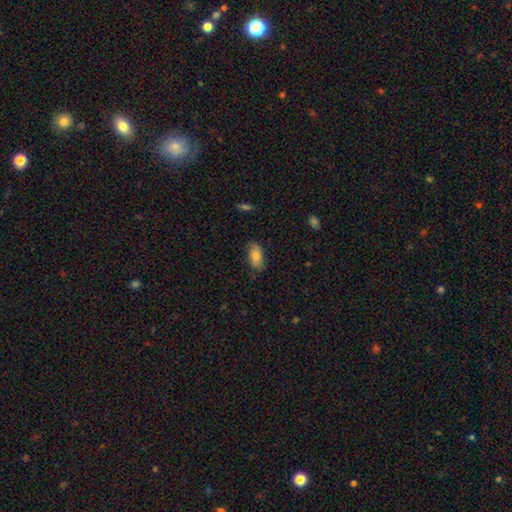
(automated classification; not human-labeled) A smooth galaxy with no disk features (72%) that is in between round and cigar-shaped (90%). Merging: none (77%).